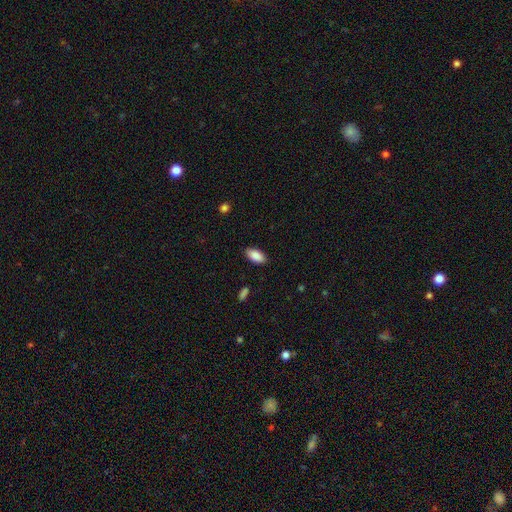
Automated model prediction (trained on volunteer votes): Smooth or featured? Predicted: smooth (p=0.90). How rounded? Predicted: in between (p=0.93). Merging? Predicted: none (p=0.87).